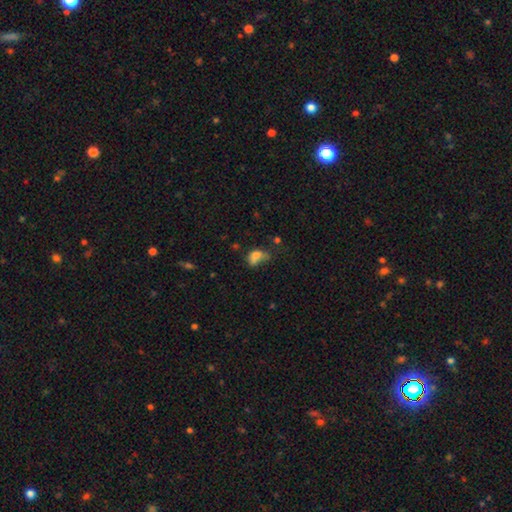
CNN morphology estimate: Overall: smooth (69%). How rounded: in between (77%). Merging: major disturbance (33%; minor disturbance 23%).